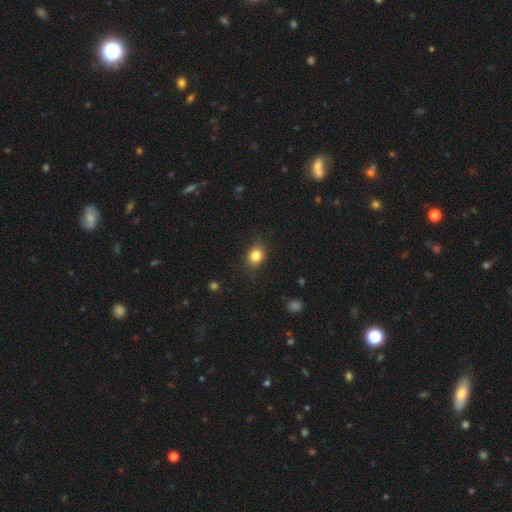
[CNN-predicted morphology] smooth-or-featured: smooth: 82% | star or artifact: 11% | featured or disk: 7%
  how-rounded: round: 58% | in between: 41% | cigar-shaped: 1%
  merging: none: 81% | minor disturbance: 14% | major disturbance: 4% | merger: 1%